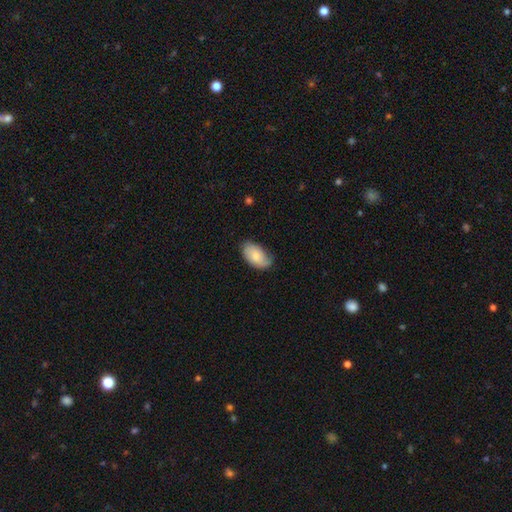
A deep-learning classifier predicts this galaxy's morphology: This appears to be a smooth galaxy with no disk features (70%) that is in between round and cigar-shaped (94%). Merging: none (65%).